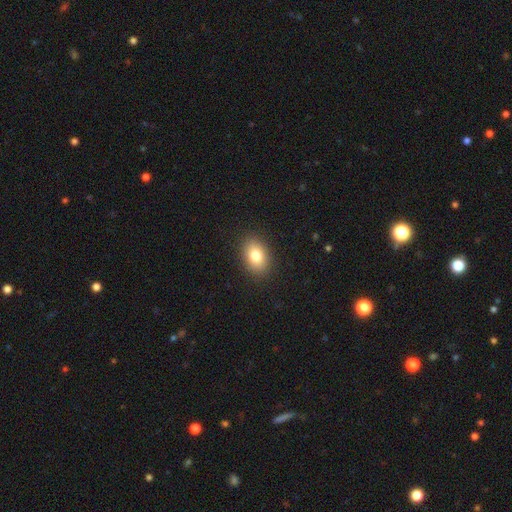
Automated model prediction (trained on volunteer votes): smooth 81%, featured or disk 10%, star or artifact 9%. Down the decision tree: how rounded — in between (78%); merging — none (89%).